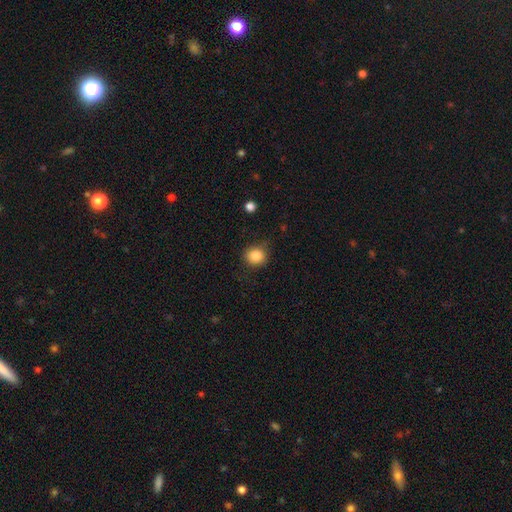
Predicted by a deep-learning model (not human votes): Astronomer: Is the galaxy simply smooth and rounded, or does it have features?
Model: smooth — 85%.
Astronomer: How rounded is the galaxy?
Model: round — 80%.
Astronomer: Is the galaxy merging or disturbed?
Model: none — 79%.